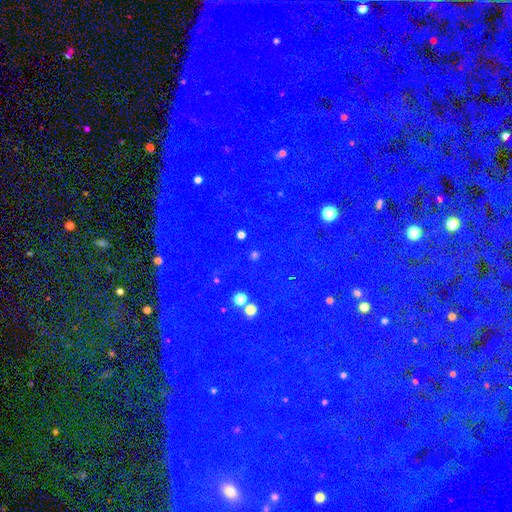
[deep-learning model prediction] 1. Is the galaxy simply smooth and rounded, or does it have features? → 84% star or artifact, 9% smooth, 7% featured or disk.